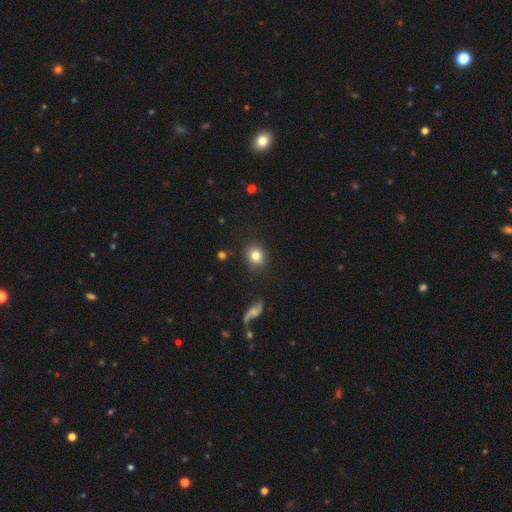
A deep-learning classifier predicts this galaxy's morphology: This is clearly a smooth galaxy (82%). How rounded: likely round (75%). Merging: clearly none (87%).